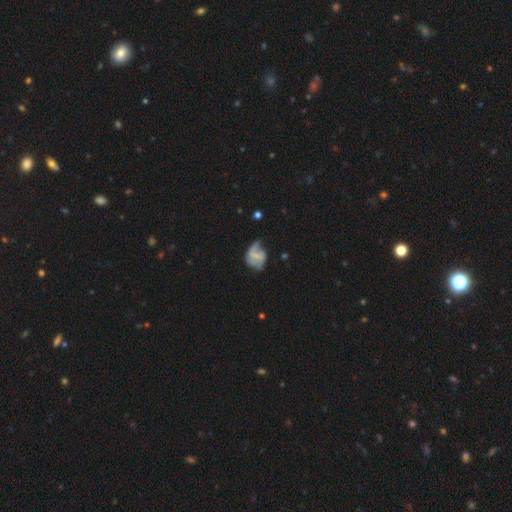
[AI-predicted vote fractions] Morphology: type=featured or disk (57%); edge-on=no (97%); bar=weak (40%, tied with no); spiral arms=yes (65%); bulge=none (49%); merging=none (35%).